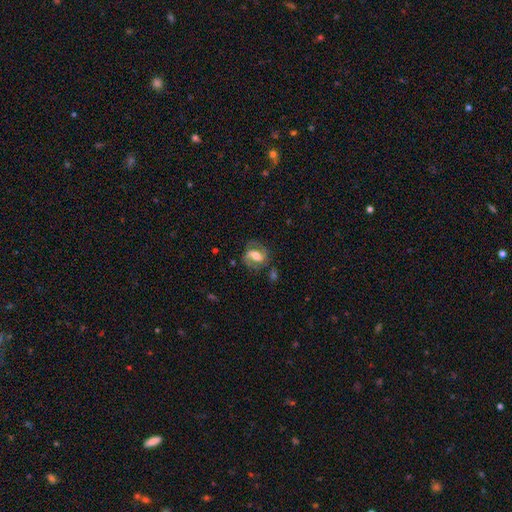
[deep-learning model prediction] Q: Smooth or featured?
A: featured or disk (79%); runner-up: smooth (15%)
Q: Edge-on disk?
A: no (97%); runner-up: yes (3%)
Q: Bar?
A: weak (42%); runner-up: strong (38%)
Q: Spiral arms?
A: yes (92%); runner-up: no (8%)
Q: Spiral winding?
A: medium (54%); runner-up: loose (23%)
Q: Spiral arm count?
A: 2 (87%); runner-up: 1 (5%)
Q: Bulge size?
A: moderate (58%); runner-up: large (20%)
Q: Merging?
A: none (69%); runner-up: minor disturbance (18%)